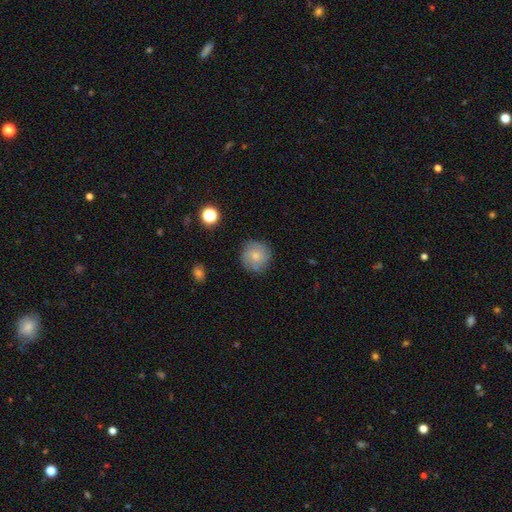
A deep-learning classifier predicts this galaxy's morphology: Smooth or featured? Predicted: smooth (p=0.73). How rounded? Predicted: round (p=0.93). Merging? Predicted: none (p=0.80).